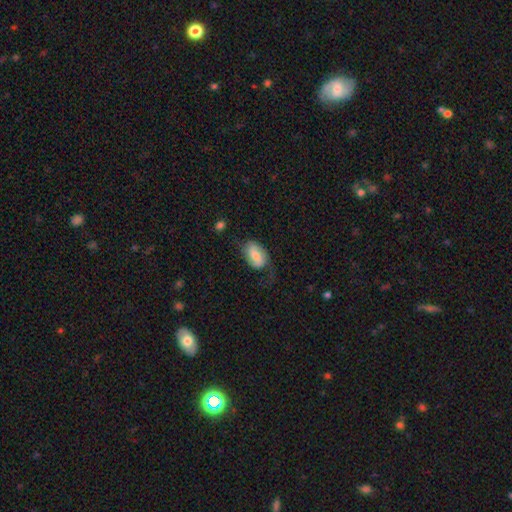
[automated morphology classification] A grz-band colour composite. It shows a smooth galaxy with no disk features (54%) that is in between round and cigar-shaped (88%). Merging: none (49%).